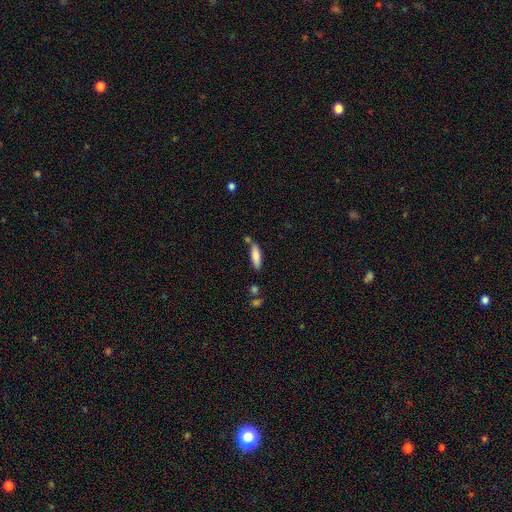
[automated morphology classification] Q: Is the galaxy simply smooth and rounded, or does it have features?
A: smooth — 79%.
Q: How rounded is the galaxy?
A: cigar-shaped — 55%.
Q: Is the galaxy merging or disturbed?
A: none — 72%.